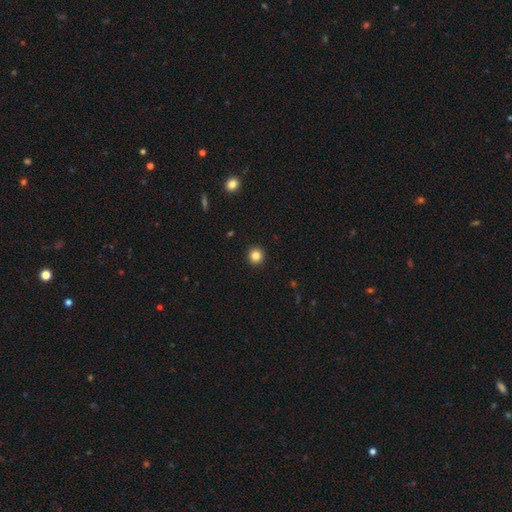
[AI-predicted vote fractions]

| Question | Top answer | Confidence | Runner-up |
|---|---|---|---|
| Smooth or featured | smooth | 84% | star or artifact (11%) |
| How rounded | round | 95% | in between (4%) |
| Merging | none | 93% | minor disturbance (4%) |